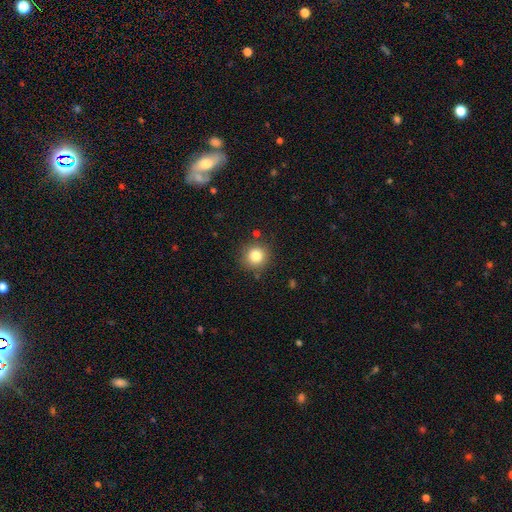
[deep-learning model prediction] A smooth galaxy with no disk features (82%) that is round (92%). Merging: none (86%).